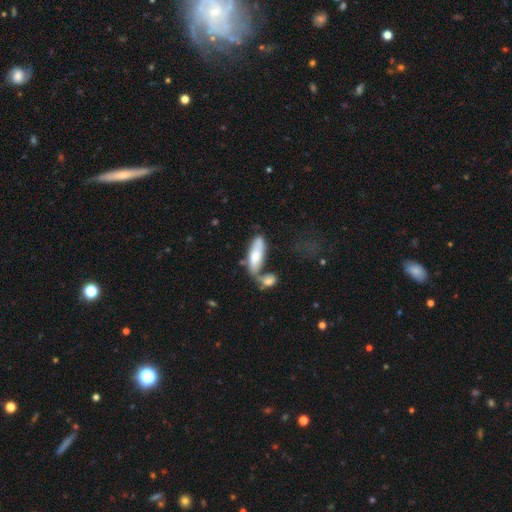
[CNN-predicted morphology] This is likely a smooth galaxy (68%). How rounded: likely in between (66%). Merging: marginally merger (44%).